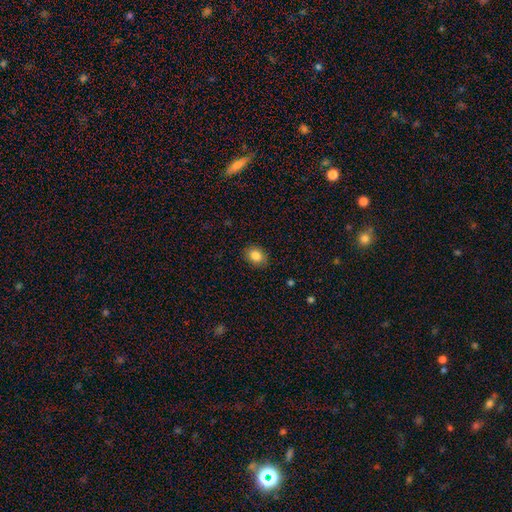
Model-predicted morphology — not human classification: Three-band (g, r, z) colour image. It shows a smooth galaxy with no disk features (85%) that is in between round and cigar-shaped (55%). Merging: none (88%).